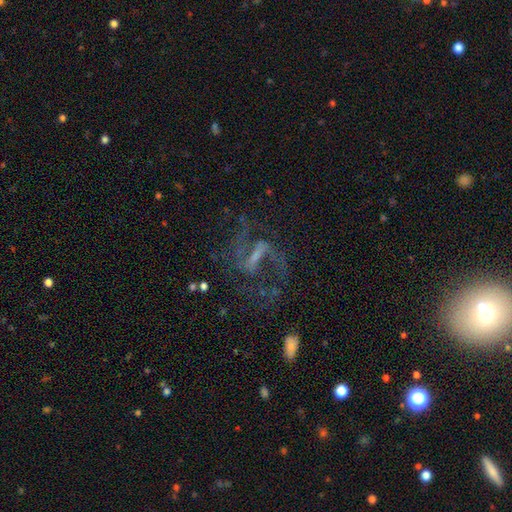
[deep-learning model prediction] This appears to be a featured or disk galaxy (77%) with a strong bar (52%), 2 (80%) loose (49%) spiral arms (85%) and a small central bulge (37%, tied with none). Merging: none (52%).